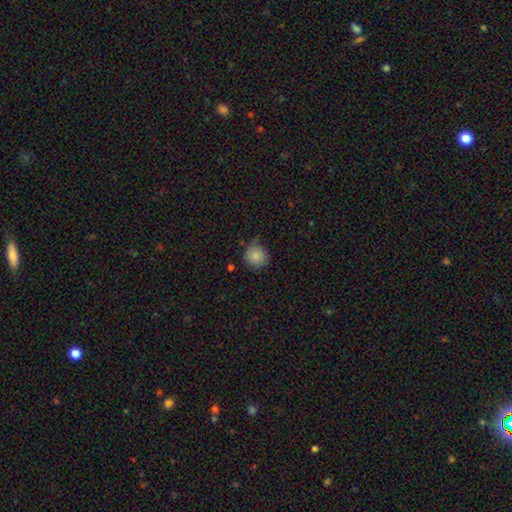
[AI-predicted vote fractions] Smooth or featured?
  - smooth: 84% *
  - star or artifact: 10%
  - featured or disk: 7%
How rounded?
  - round: 90% *
  - in between: 9%
  - cigar-shaped: 1%
Merging?
  - none: 74% *
  - minor disturbance: 19%
  - major disturbance: 4%
  - merger: 3%